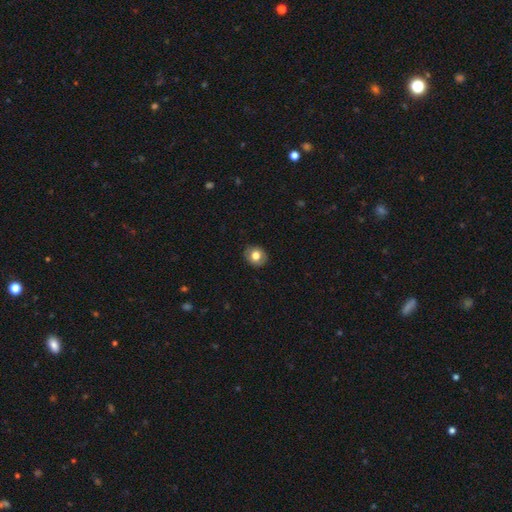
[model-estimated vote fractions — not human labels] Smooth or featured? Predicted: smooth (p=0.75). How rounded? Predicted: round (p=0.71). Merging? Predicted: none (p=0.88).